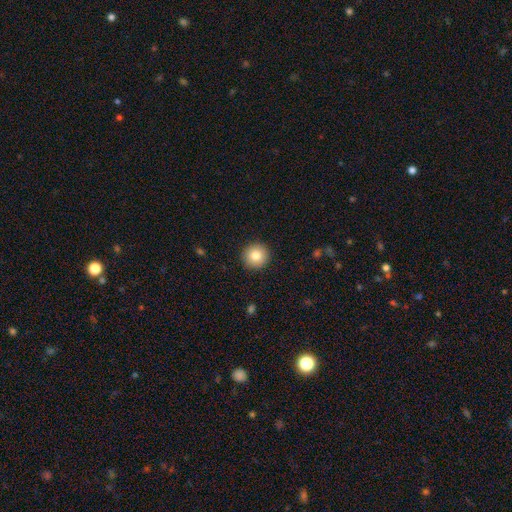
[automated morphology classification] Q: Smooth or featured?
A: smooth (82%); runner-up: featured or disk (9%)
Q: How rounded?
A: round (95%); runner-up: in between (4%)
Q: Merging?
A: none (93%); runner-up: minor disturbance (5%)